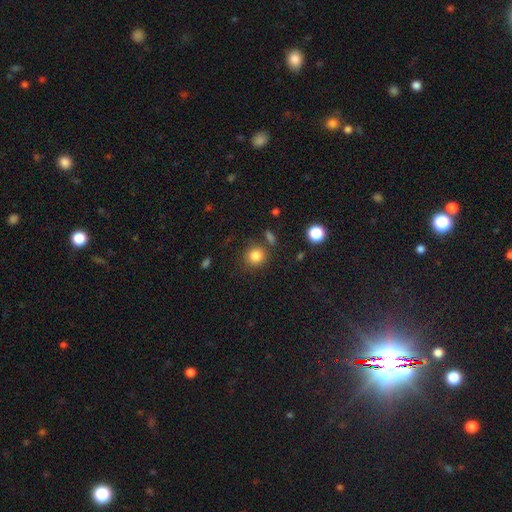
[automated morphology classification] smooth 84%, star or artifact 11%, featured or disk 5%. Down the decision tree: how rounded — round (86%); merging — none (78%).